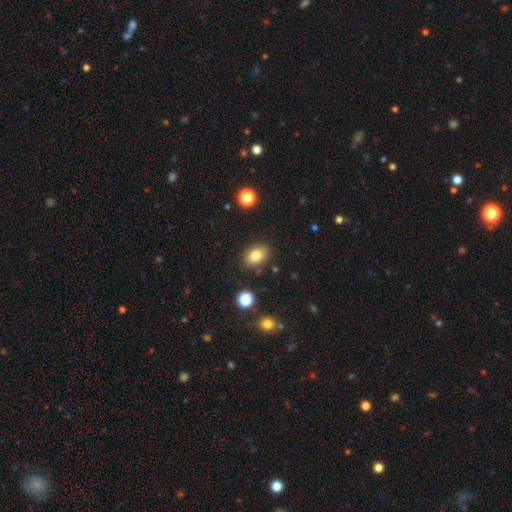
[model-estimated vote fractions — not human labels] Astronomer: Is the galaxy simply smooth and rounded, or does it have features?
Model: smooth — 82%.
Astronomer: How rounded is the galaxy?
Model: in between — 80%.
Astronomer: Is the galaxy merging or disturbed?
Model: none — 84%.